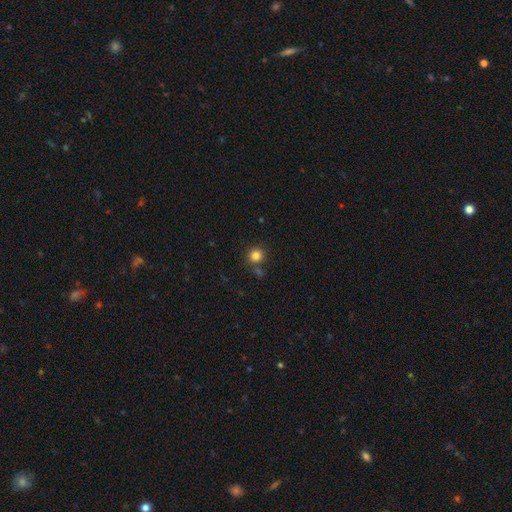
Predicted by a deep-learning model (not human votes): This appears to be a smooth galaxy with no disk features (83%) that is round (92%). Merging: none (78%).